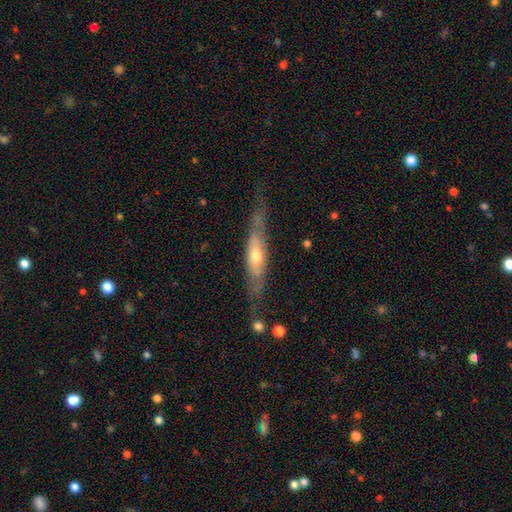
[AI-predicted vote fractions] A featured or disk galaxy (65%) viewed edge-on (64%). Merging: none (65%).